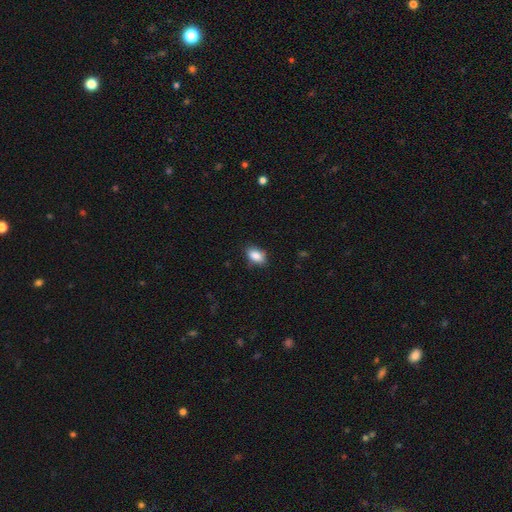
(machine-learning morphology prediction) smooth_or_featured: smooth (p=0.87) [alt: star or artifact p=0.08]
how_rounded: in between (p=0.87) [alt: round p=0.11]
merging: none (p=0.80) [alt: minor disturbance p=0.16]